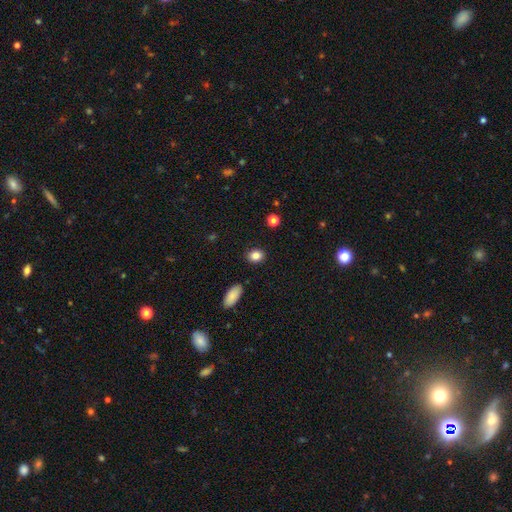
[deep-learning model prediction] Morphology: type=smooth (85%); roundness=in between (50%); merging=none (88%).